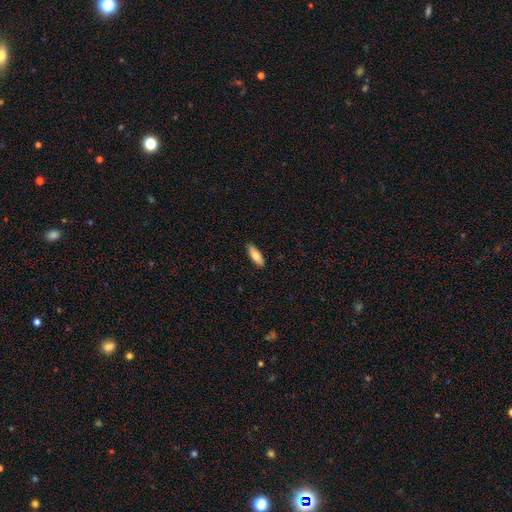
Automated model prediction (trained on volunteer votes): smooth 75%, featured or disk 19%, star or artifact 6%. Down the decision tree: how rounded — in between (61%); merging — none (87%).